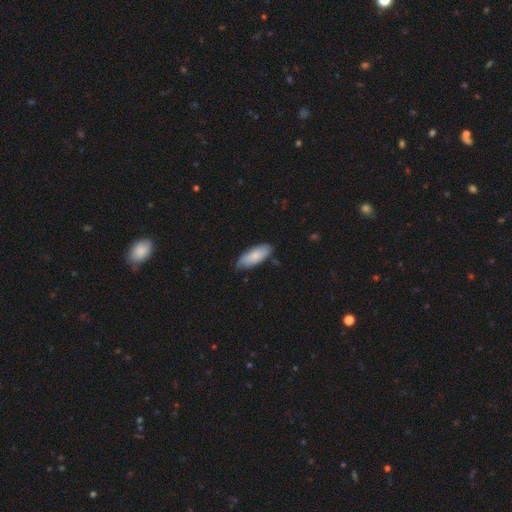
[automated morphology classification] smooth-or-featured: smooth: 82% | featured or disk: 12% | star or artifact: 5%
  how-rounded: in between: 78% | cigar-shaped: 20% | round: 2%
  merging: none: 72% | minor disturbance: 23% | major disturbance: 3% | merger: 2%